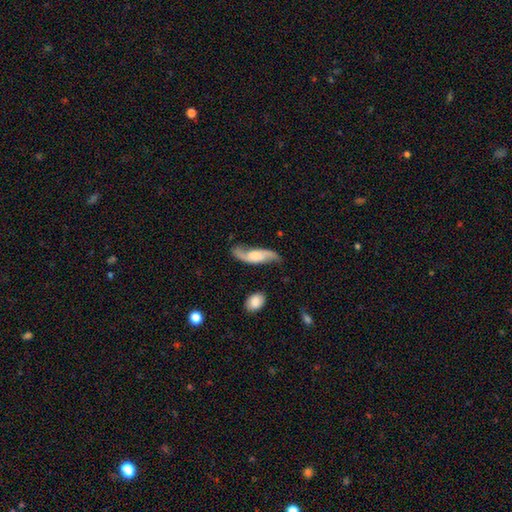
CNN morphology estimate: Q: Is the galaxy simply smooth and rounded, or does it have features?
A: featured or disk — 73%.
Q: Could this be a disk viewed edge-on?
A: no — 86%.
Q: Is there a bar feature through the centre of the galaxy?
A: no — 57%.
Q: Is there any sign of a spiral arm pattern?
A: yes — 94%.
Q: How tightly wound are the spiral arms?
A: loose — 74%.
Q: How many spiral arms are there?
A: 2 — 91%.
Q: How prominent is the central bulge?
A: none — 27%.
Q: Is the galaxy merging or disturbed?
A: none — 68%.